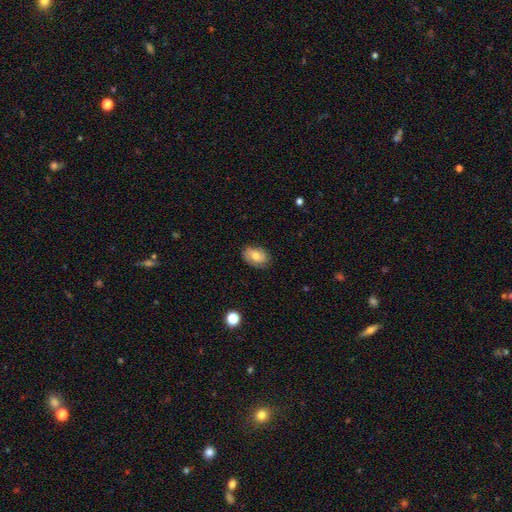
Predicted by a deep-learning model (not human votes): smooth 62%, featured or disk 30%, star or artifact 8%. Down the decision tree: how rounded — in between (81%); merging — none (78%).